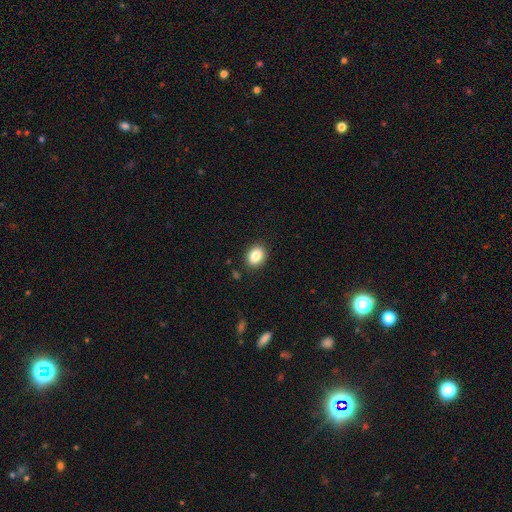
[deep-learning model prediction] smooth_or_featured: smooth (p=0.86) [alt: star or artifact p=0.09]
how_rounded: in between (p=0.59) [alt: round p=0.40]
merging: none (p=0.89) [alt: minor disturbance p=0.08]